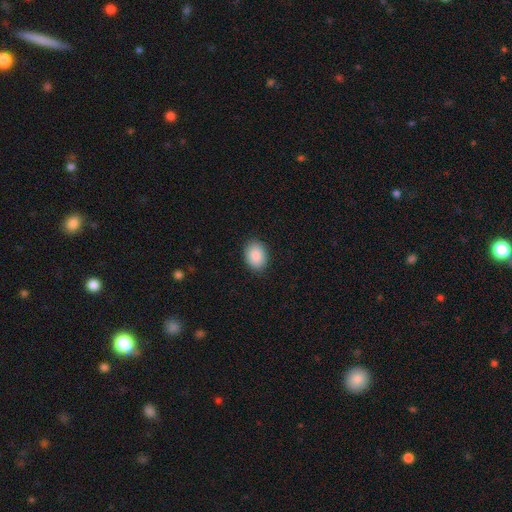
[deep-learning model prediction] Overall: smooth (89%). How rounded: in between (70%; round 30%). Merging: none (88%).